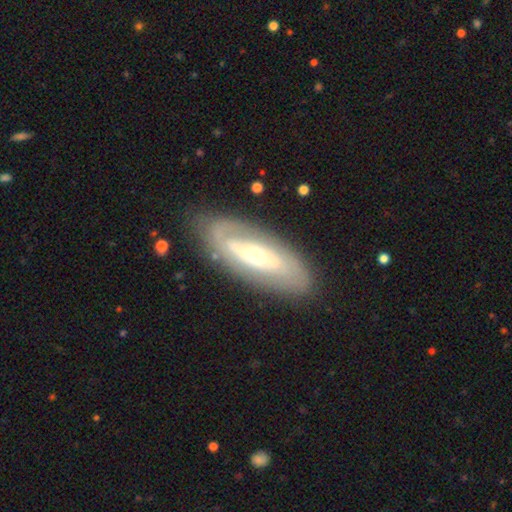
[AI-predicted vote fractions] Smooth or featured? featured or disk (70%)
Edge-on disk? no (84%)
Bar? no (68%)
Spiral arms? no (50%, tied with yes)
Bulge size? moderate (51%)
Merging? none (81%)